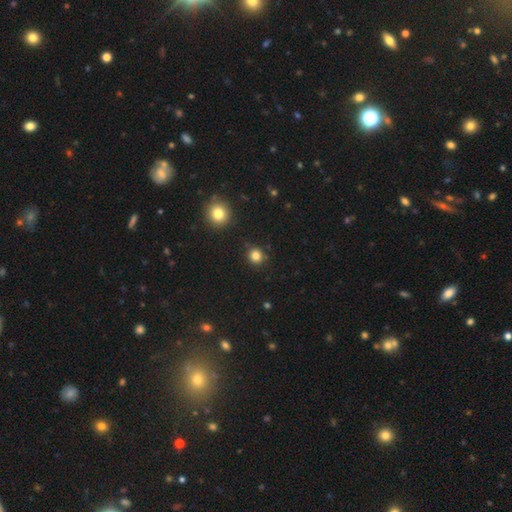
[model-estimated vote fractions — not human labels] The model was most divided on "smooth or featured": smooth: 83%, star or artifact: 13%, featured or disk: 4%. More confident: how rounded — round (89%); merging — none (87%).